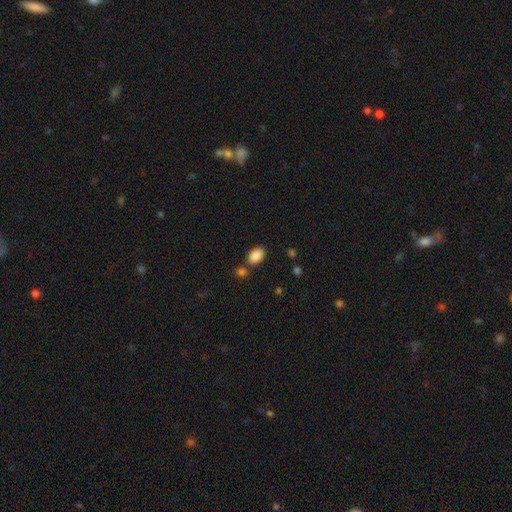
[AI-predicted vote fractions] Morphology: type=smooth (88%); roundness=in between (89%); merging=none (71%).